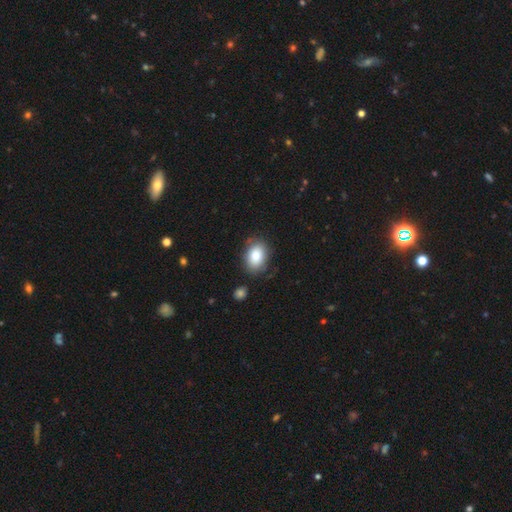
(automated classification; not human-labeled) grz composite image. It shows a smooth galaxy with no disk features (81%) that is in between round and cigar-shaped (74%). Merging: none (80%).